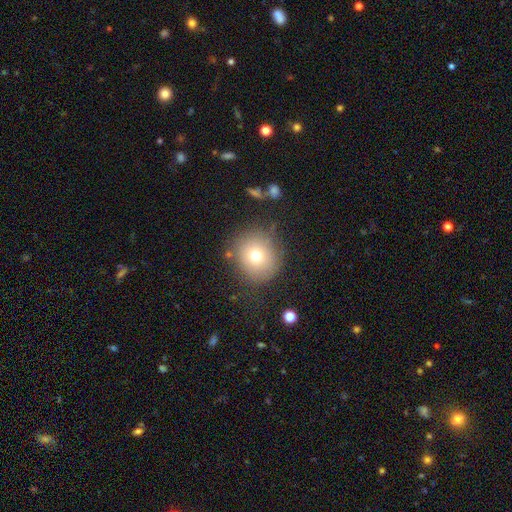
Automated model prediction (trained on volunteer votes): Overall: smooth (72%). How rounded: round (88%). Merging: none (79%).